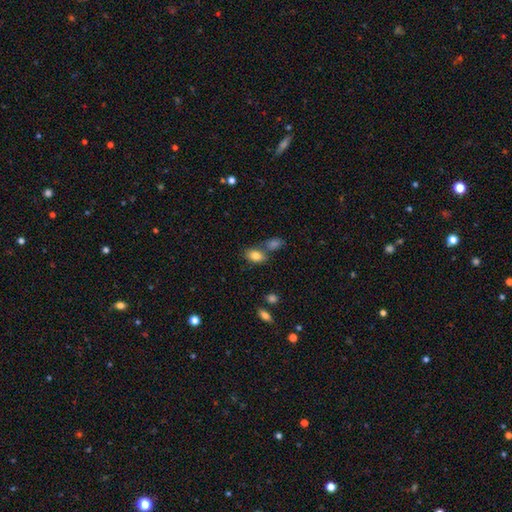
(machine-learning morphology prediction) A smooth galaxy with no disk features (83%) that is in between round and cigar-shaped (82%).

Vote fractions:
- Smooth or featured? smooth: 83% / star or artifact: 9% / featured or disk: 8%
- How rounded? in between: 82% / round: 16% / cigar-shaped: 2%
- Merging? none: 56% / merger: 26% / minor disturbance: 14% / major disturbance: 5%